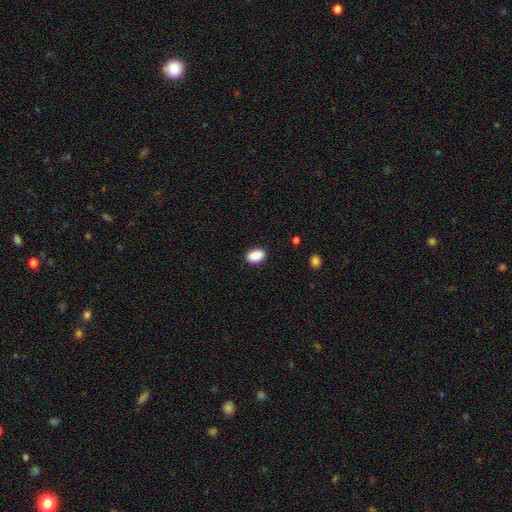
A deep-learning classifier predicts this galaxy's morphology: Overall: smooth (90%). How rounded: in between (87%). Merging: none (89%).